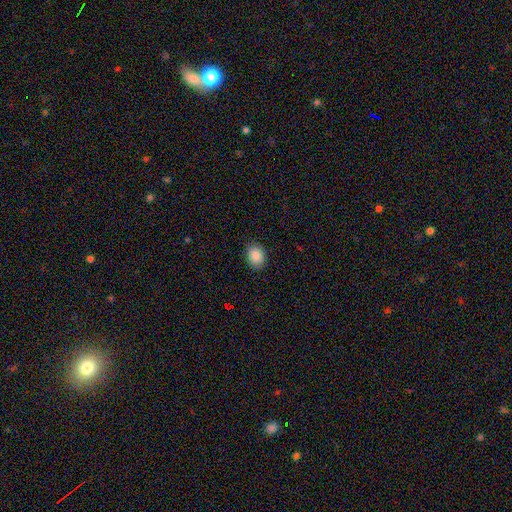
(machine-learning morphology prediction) Smooth or featured: smooth — 88% (star or artifact — 8%)
How rounded: in between — 62% (round — 37%)
Merging: none — 86% (minor disturbance — 10%)